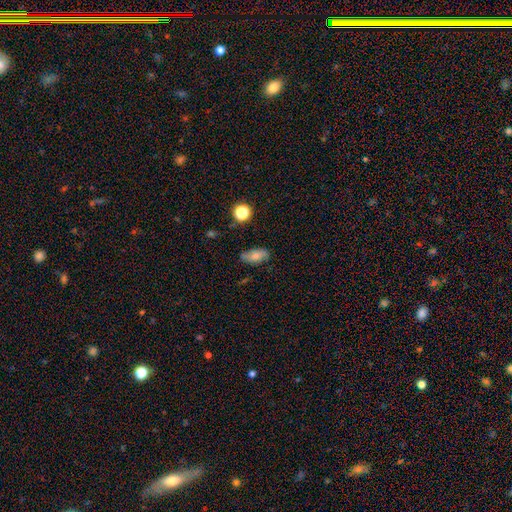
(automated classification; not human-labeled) The model was most divided on "smooth or featured": smooth: 71%, featured or disk: 19%, star or artifact: 10%. More confident: how rounded — in between (87%); merging — none (73%).